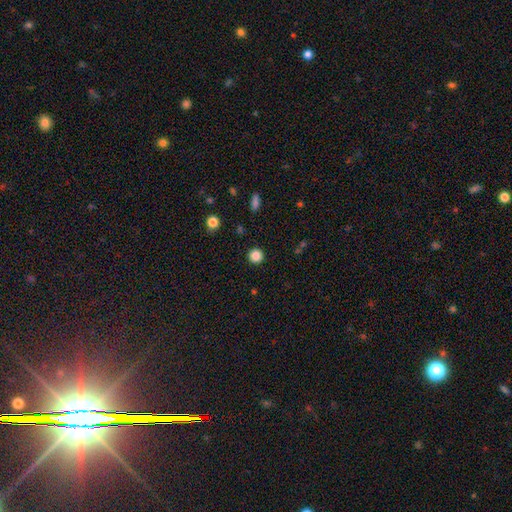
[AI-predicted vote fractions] Smooth or featured: smooth — 85% (star or artifact — 11%)
How rounded: round — 95% (in between — 4%)
Merging: none — 92% (minor disturbance — 5%)